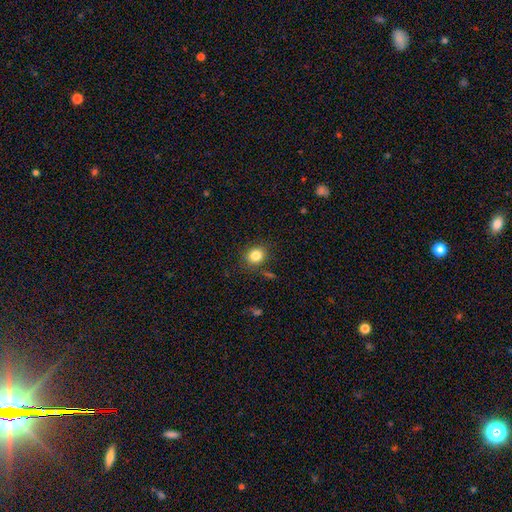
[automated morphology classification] A smooth galaxy with no disk features (83%) that is round (75%).

Vote fractions:
- Smooth or featured? smooth: 83% / star or artifact: 11% / featured or disk: 6%
- How rounded? round: 75% / in between: 24% / cigar-shaped: 1%
- Merging? none: 82% / minor disturbance: 11% / major disturbance: 4% / merger: 3%